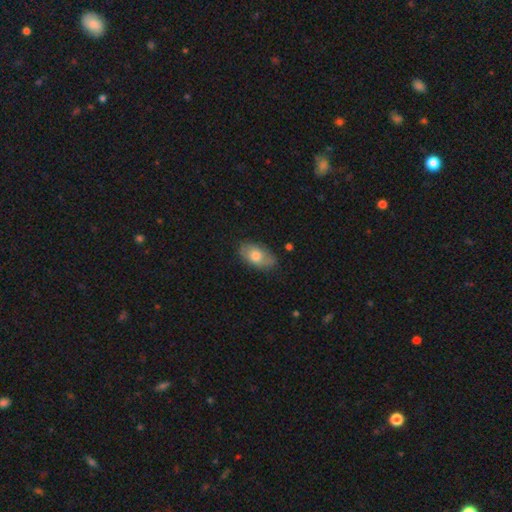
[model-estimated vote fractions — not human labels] Smooth or featured? smooth (68%)
How rounded? in between (92%)
Merging? none (75%)